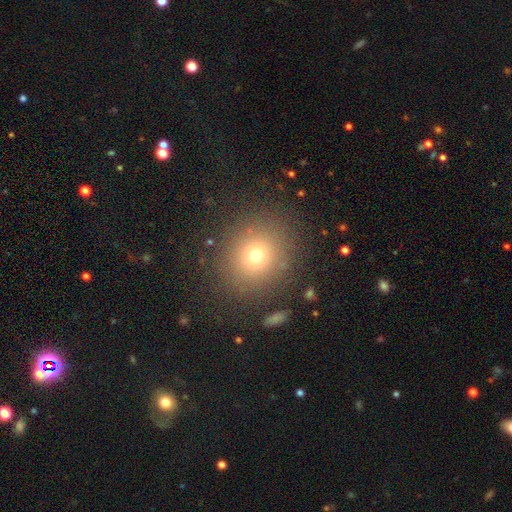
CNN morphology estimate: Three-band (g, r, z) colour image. It shows a smooth galaxy with no disk features (70%) that is round (83%). Merging: none (85%).